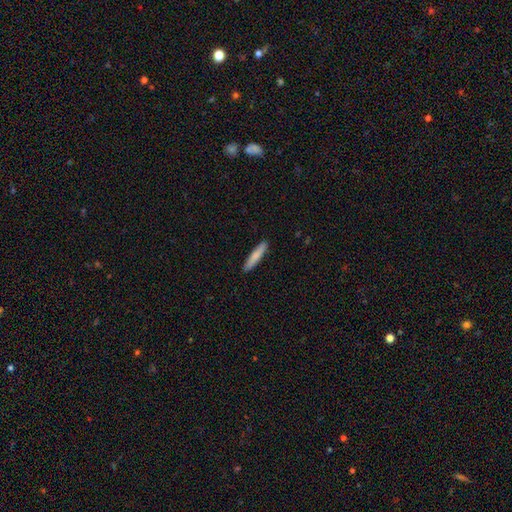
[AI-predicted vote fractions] The model was most divided on "smooth or featured": smooth: 80%, featured or disk: 15%, star or artifact: 5%. More confident: merging — none (91%); how rounded — cigar-shaped (91%).